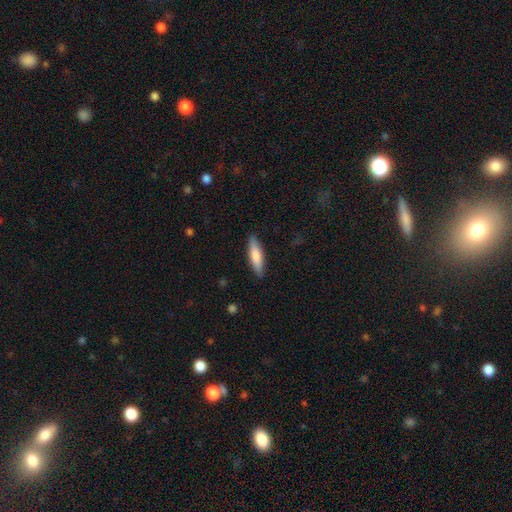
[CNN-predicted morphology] The model was most divided on "how rounded": cigar-shaped: 71%, in between: 27%, round: 2%. More confident: merging — none (89%); smooth or featured — smooth (71%).